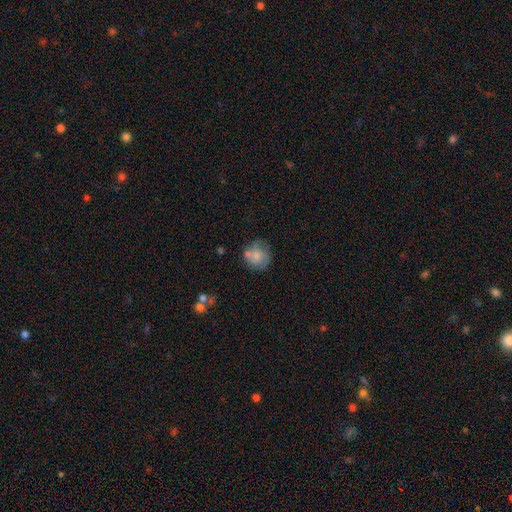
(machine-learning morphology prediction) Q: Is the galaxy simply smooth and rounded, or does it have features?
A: smooth — 71%.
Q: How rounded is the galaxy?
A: round — 86%.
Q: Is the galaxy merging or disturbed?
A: none — 59%.